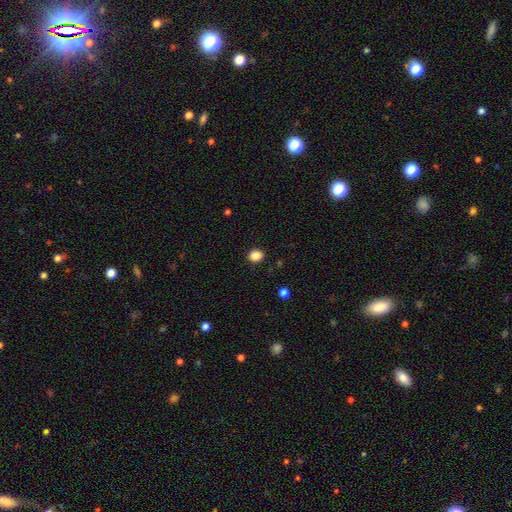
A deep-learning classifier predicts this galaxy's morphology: type=smooth (86%); roundness=round (58%); merging=none (90%).